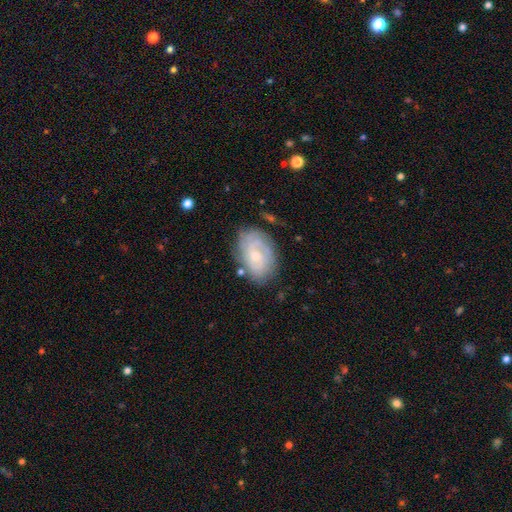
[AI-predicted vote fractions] featured or disk 71%, smooth 23%, star or artifact 7%. Down the decision tree: edge-on disk — no (96%); bar — no (68%); spiral arms — yes (88%); spiral arm count — can't tell (41%); spiral winding — tight (64%); bulge size — small (52%); merging — none (72%).